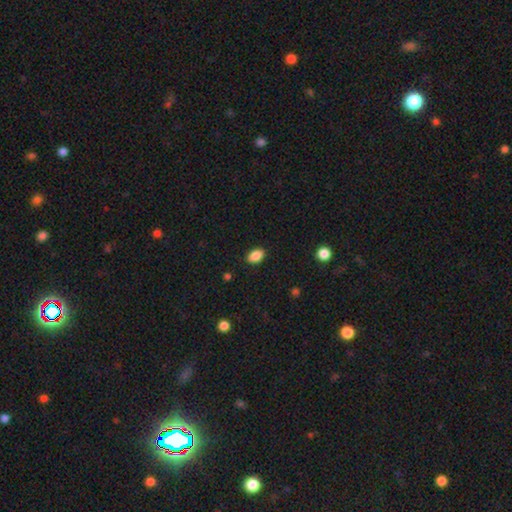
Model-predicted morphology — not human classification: This is clearly a smooth galaxy (88%). How rounded: clearly in between (88%). Merging: clearly none (88%).